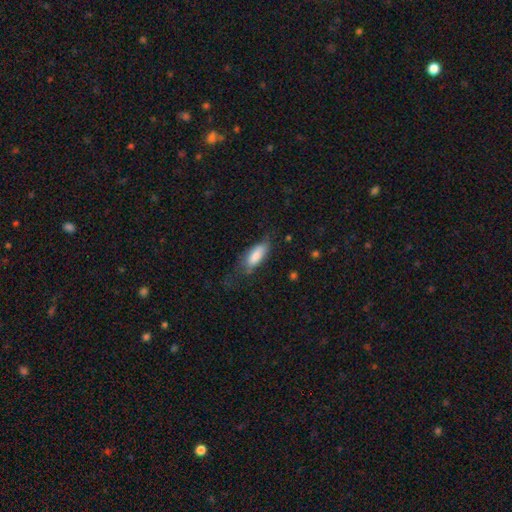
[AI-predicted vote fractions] A smooth galaxy with no disk features (78%) that is in between round and cigar-shaped (79%). Merging: none (46%).